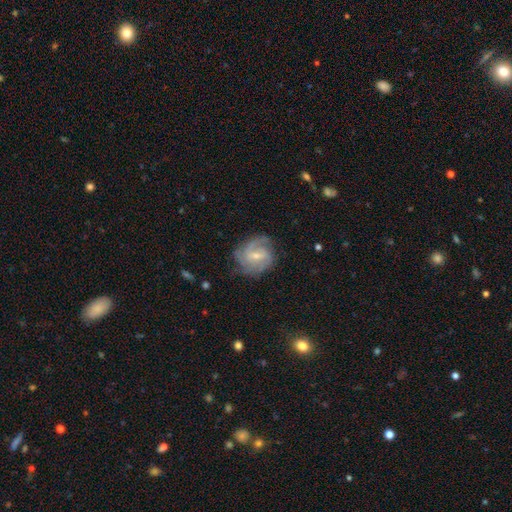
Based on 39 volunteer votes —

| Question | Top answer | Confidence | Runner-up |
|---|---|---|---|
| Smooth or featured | featured or disk | 90% | smooth (8%) |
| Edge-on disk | no | 97% | yes (3%) |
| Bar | weak | 79% | strong (12%) |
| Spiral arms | yes | 97% | no (3%) |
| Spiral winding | medium | 52% | tight (30%) |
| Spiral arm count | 2 | 42% | 3 (27%) |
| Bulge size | small | 74% | moderate (18%) |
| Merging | none | 82% | minor disturbance (13%) |